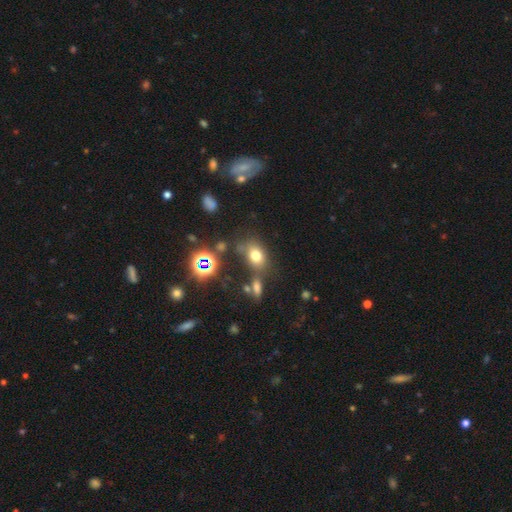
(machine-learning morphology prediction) type=smooth (69%); roundness=in between (65%); merging=none (61%).